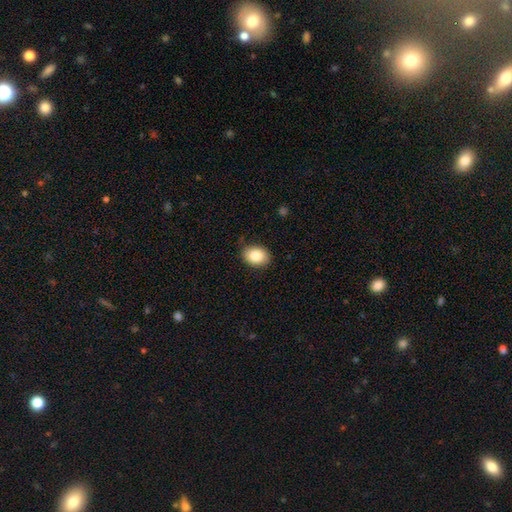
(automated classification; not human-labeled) smooth_or_featured: smooth (p=0.85) [alt: star or artifact p=0.08]
how_rounded: in between (p=0.67) [alt: round p=0.32]
merging: none (p=0.85) [alt: minor disturbance p=0.11]